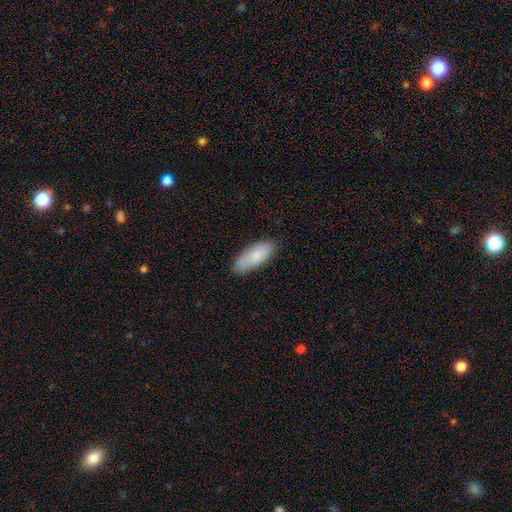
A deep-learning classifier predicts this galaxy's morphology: Overall: smooth (82%). How rounded: in between (73%). Merging: none (81%).